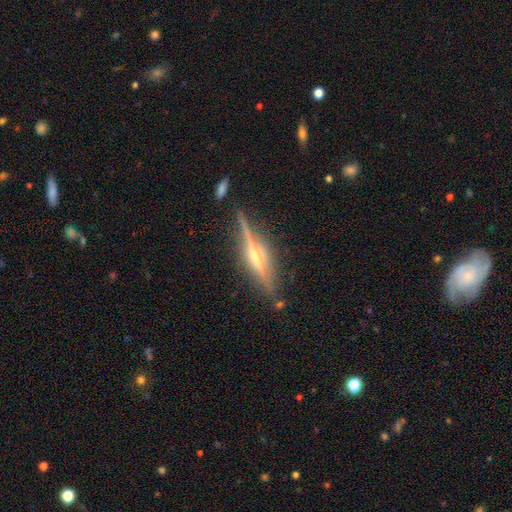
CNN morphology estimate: This appears to be a featured or disk galaxy (80%) viewed edge-on (96%) with a rounded central bulge (81%). Merging: none (82%).